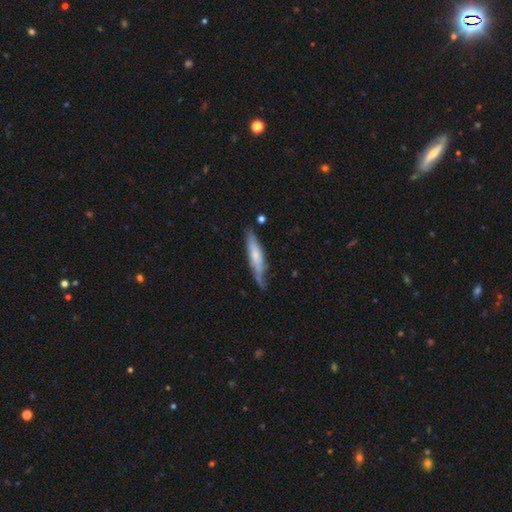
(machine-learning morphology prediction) Smooth or featured: smooth — 54% (featured or disk — 40%)
How rounded: cigar-shaped — 81% (in between — 17%)
Merging: none — 59% (minor disturbance — 29%)